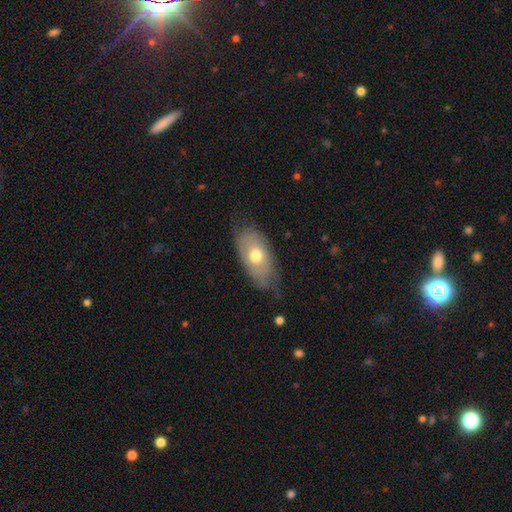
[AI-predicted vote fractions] The model was most divided on "smooth or featured": smooth: 57%, featured or disk: 37%, star or artifact: 7%. More confident: how rounded — in between (91%); merging — none (59%).